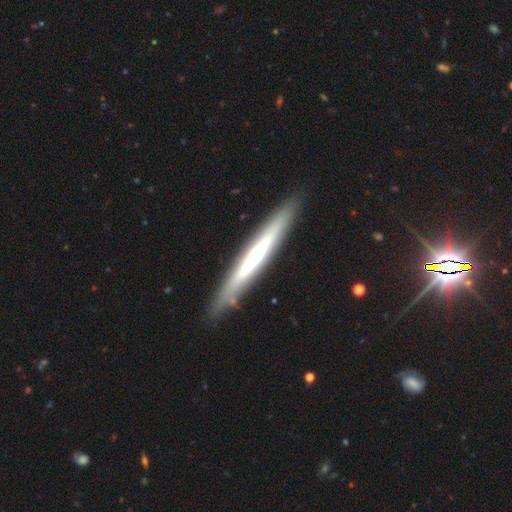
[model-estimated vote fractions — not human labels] This is likely a featured or disk galaxy (61%). It is clearly viewed edge-on (91%). Edge-on bulge: possibly rounded (48%). Merging: clearly none (88%).